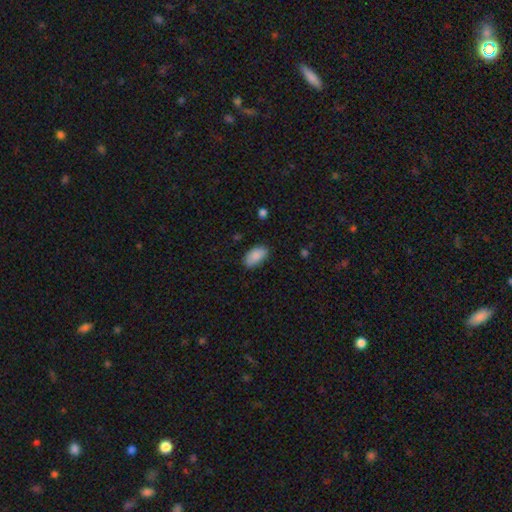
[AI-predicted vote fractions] Smooth or featured? Predicted: smooth (p=0.88). How rounded? Predicted: in between (p=0.94). Merging? Predicted: none (p=0.82).